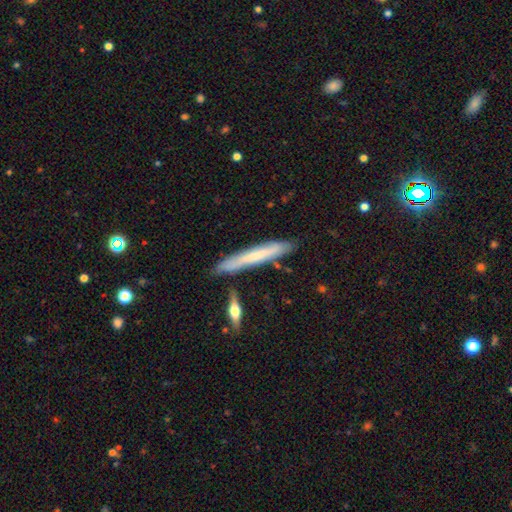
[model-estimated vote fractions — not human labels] Q: Smooth or featured?
A: smooth (53%); runner-up: featured or disk (40%)
Q: How rounded?
A: cigar-shaped (95%); runner-up: in between (4%)
Q: Merging?
A: none (79%); runner-up: minor disturbance (14%)